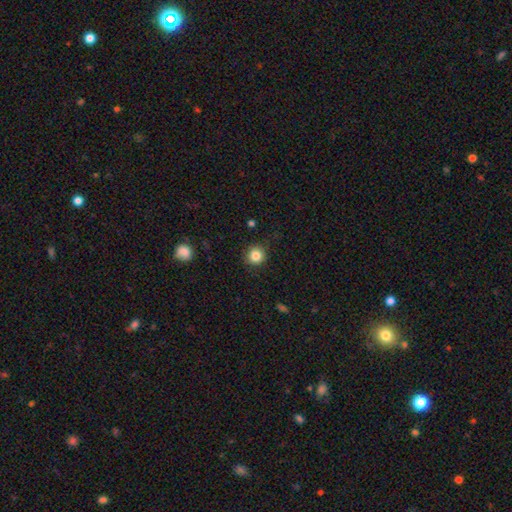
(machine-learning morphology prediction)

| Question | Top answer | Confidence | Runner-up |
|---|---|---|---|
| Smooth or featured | smooth | 85% | star or artifact (11%) |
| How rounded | round | 93% | in between (6%) |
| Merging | none | 87% | minor disturbance (9%) |